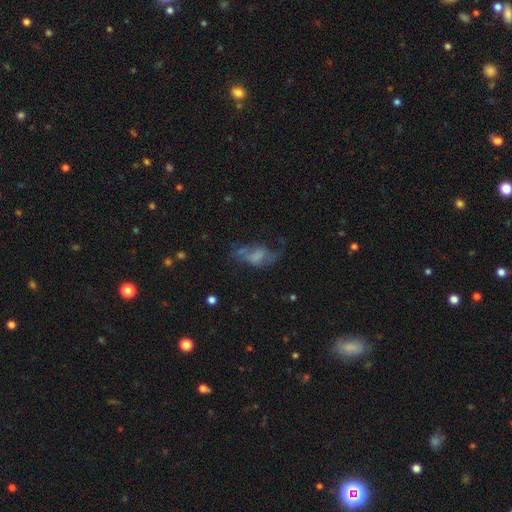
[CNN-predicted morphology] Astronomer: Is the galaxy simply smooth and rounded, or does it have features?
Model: featured or disk — 45% (runner-up: smooth, 41%).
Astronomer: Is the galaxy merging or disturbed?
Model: none — 39% (runner-up: major disturbance, 32%).